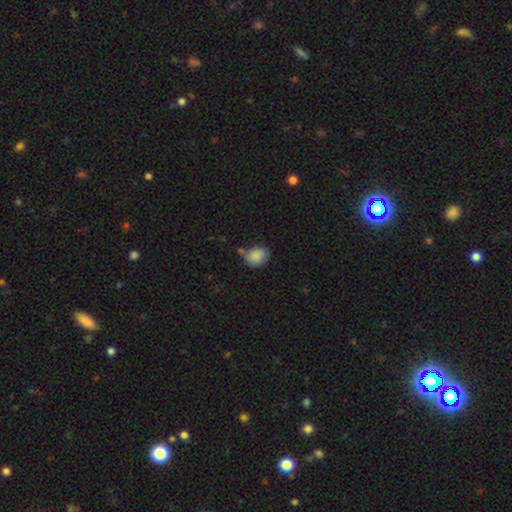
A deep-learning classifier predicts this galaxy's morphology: type=smooth (86%); roundness=in between (54%); merging=none (59%).